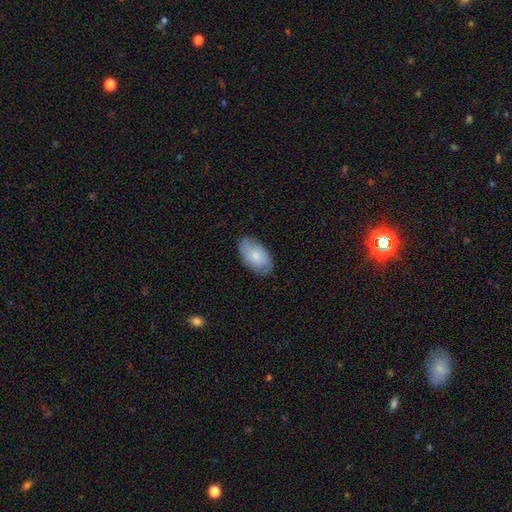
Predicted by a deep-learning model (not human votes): Smooth or featured: smooth — 78% (featured or disk — 16%)
How rounded: in between — 95% (round — 4%)
Merging: none — 81% (minor disturbance — 16%)